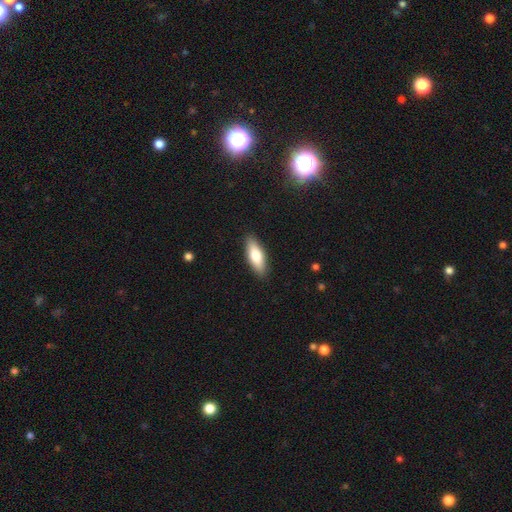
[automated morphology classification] Q: Smooth or featured?
A: smooth (71%); runner-up: featured or disk (23%)
Q: How rounded?
A: in between (64%); runner-up: cigar-shaped (34%)
Q: Merging?
A: none (89%); runner-up: minor disturbance (8%)